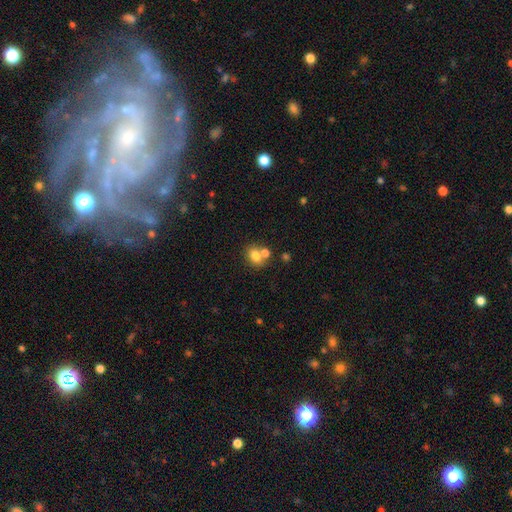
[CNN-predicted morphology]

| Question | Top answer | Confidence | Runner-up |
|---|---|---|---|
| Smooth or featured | smooth | 77% | star or artifact (11%) |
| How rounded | in between | 62% | round (37%) |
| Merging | none | 51% | merger (34%) |